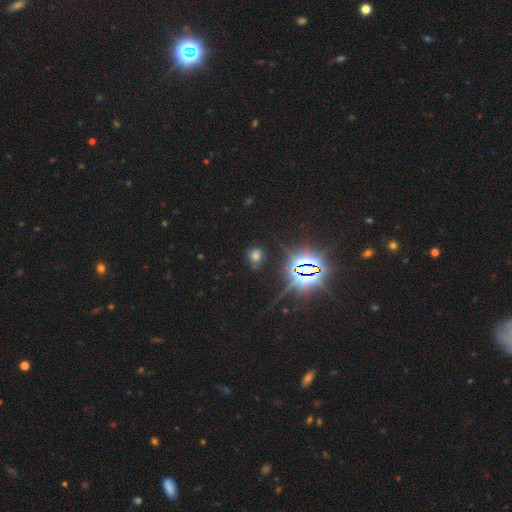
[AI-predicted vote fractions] smooth 53%, star or artifact 39%, featured or disk 8%. Down the decision tree: how rounded — round (66%); merging — none (76%).